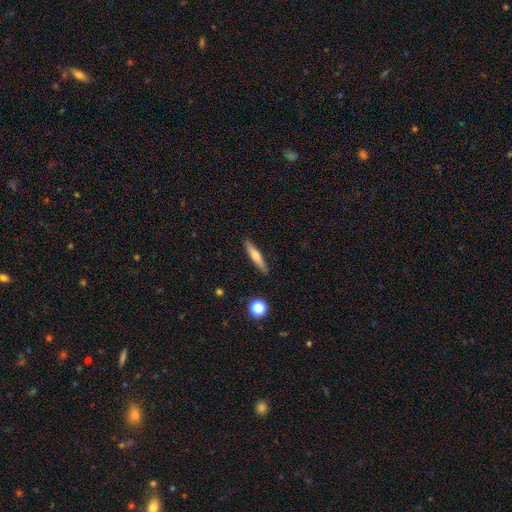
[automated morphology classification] smooth-or-featured: smooth: 64% | featured or disk: 29% | star or artifact: 7%
  how-rounded: cigar-shaped: 88% | in between: 10% | round: 2%
  merging: none: 87% | minor disturbance: 9% | major disturbance: 2% | merger: 2%